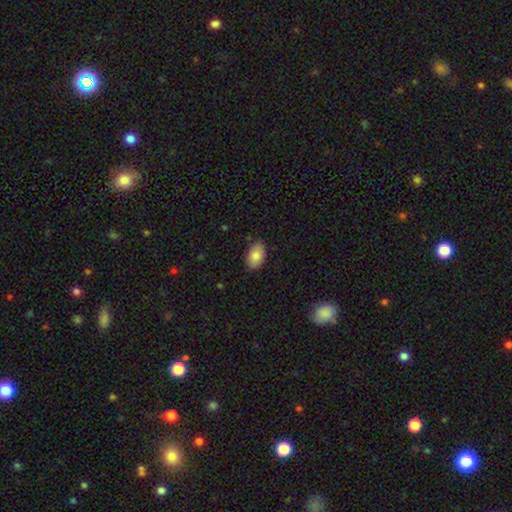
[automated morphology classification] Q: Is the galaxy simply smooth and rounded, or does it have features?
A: smooth — 85%.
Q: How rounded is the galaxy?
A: in between — 91%.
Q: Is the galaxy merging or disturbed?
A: none — 86%.